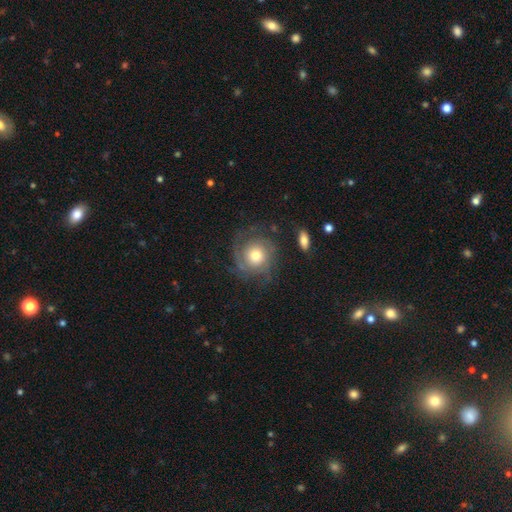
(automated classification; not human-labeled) A featured or disk galaxy (72%) with no bar (81%), 2 (42%) tight (49%) spiral arms (92%) and a moderate central bulge (63%).

Vote fractions:
- Smooth or featured? featured or disk: 72% / smooth: 21% / star or artifact: 7%
- Edge-on disk? no: 97% / yes: 3%
- Bar? no: 81% / weak: 16% / strong: 3%
- Spiral arms? yes: 92% / no: 8%
- Spiral winding? tight: 49% / medium: 36% / loose: 15%
- Spiral arm count? 2: 42% / can't tell: 21% / 3: 20% / 1: 6% / 4: 6% / more than 4: 5%
- Bulge size? moderate: 63% / large: 18% / small: 15% / dominant: 2% / none: 1%
- Merging? none: 68% / minor disturbance: 17% / major disturbance: 13% / merger: 2%